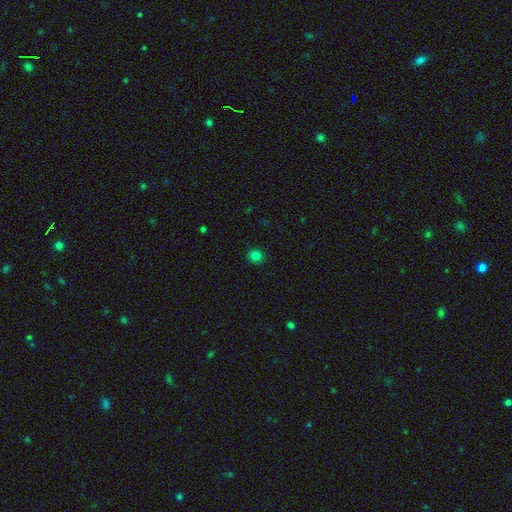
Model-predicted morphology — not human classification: This appears to be a smooth galaxy with no disk features (82%) that is round (85%). Merging: none (91%).